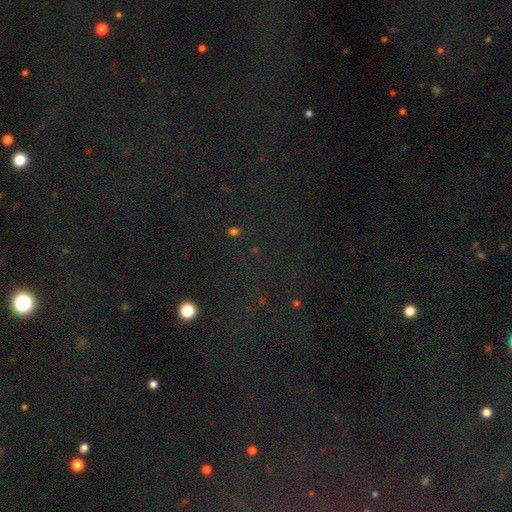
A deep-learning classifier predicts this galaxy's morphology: Smooth or featured?
  - star or artifact: 79% *
  - smooth: 13%
  - featured or disk: 8%